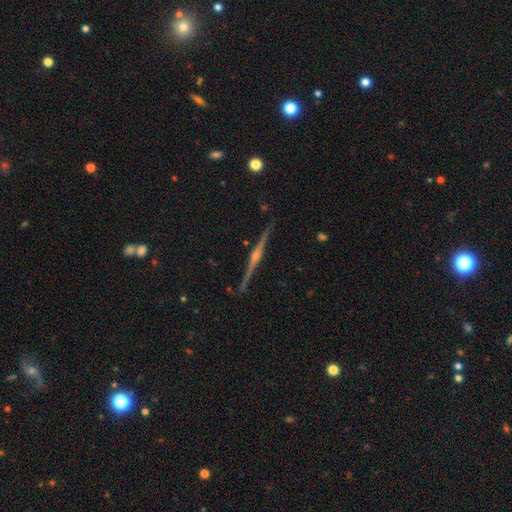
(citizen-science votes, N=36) This is clearly a featured or disk galaxy (92%). It is clearly viewed edge-on (97%). Edge-on bulge: clearly rounded (91%). Merging: clearly none (94%).